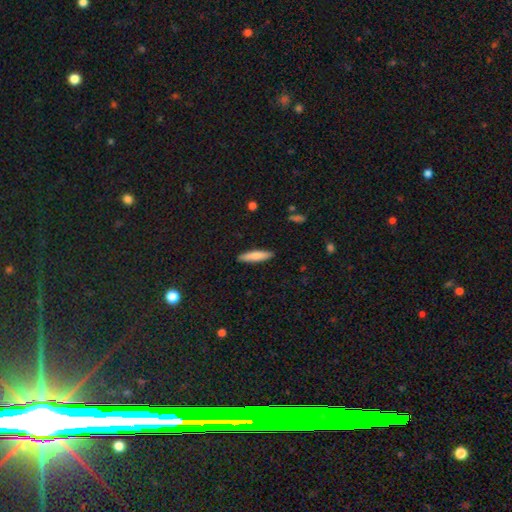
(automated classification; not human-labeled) Q: Smooth or featured?
A: smooth (81%); runner-up: featured or disk (13%)
Q: How rounded?
A: cigar-shaped (81%); runner-up: in between (18%)
Q: Merging?
A: none (90%); runner-up: minor disturbance (8%)